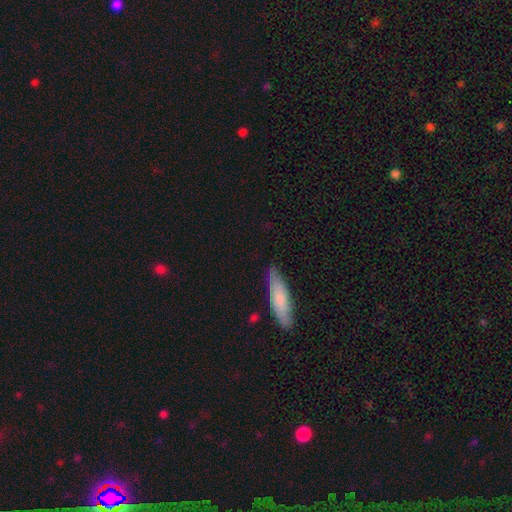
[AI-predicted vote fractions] Smooth or featured: smooth — 65% (star or artifact — 19%)
How rounded: cigar-shaped — 48% (in between — 37%)
Merging: none — 79% (minor disturbance — 14%)